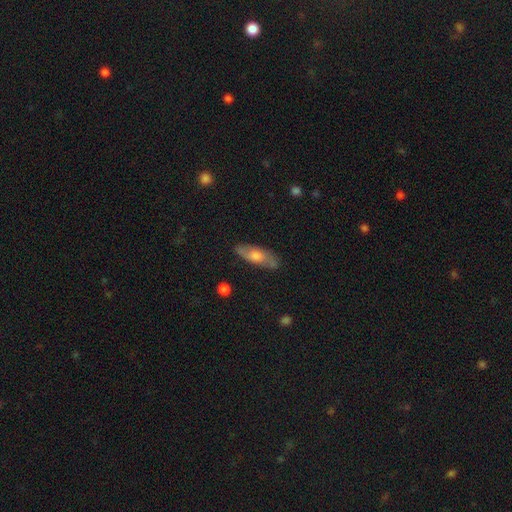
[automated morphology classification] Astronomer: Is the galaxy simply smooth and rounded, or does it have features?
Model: smooth — 50% (runner-up: featured or disk, 44%).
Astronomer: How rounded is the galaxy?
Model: in between — 62%.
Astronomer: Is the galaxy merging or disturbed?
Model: none — 80%.